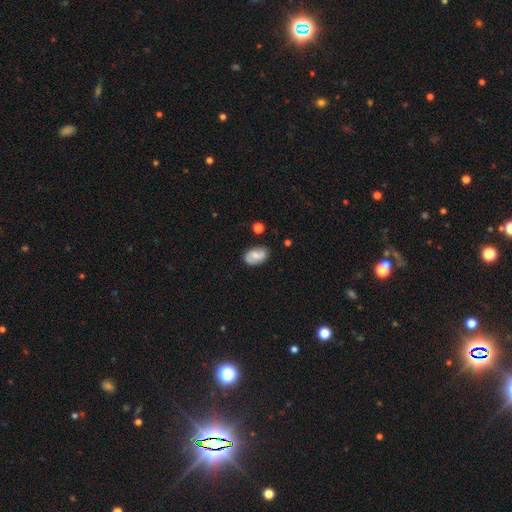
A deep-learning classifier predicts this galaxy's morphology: A smooth galaxy with no disk features (51%) that is in between round and cigar-shaped (89%).

Vote fractions:
- Smooth or featured? smooth: 51% / featured or disk: 41% / star or artifact: 8%
- How rounded? in between: 89% / round: 10% / cigar-shaped: 2%
- Merging? none: 73% / minor disturbance: 19% / major disturbance: 4% / merger: 3%